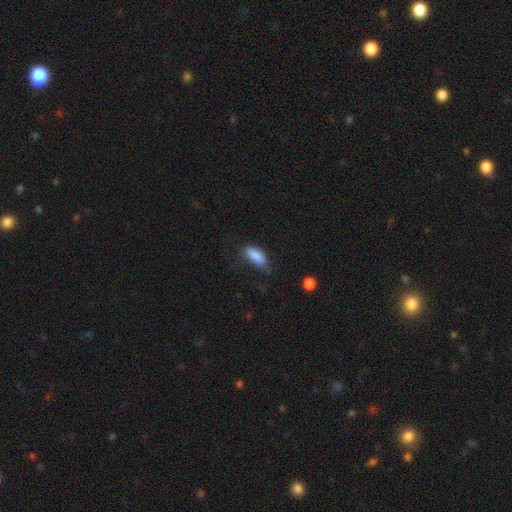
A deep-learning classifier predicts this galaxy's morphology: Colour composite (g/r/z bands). It shows a smooth galaxy with no disk features (86%) that is in between round and cigar-shaped (85%). Merging: none (50%).